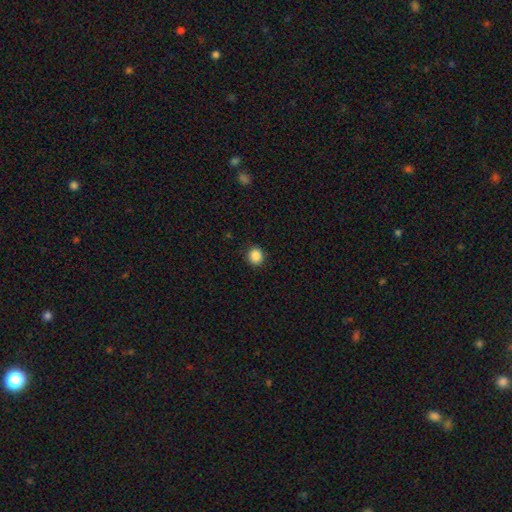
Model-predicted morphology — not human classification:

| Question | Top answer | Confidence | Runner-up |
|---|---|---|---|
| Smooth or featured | smooth | 87% | star or artifact (10%) |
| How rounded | round | 88% | in between (11%) |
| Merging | none | 90% | minor disturbance (7%) |